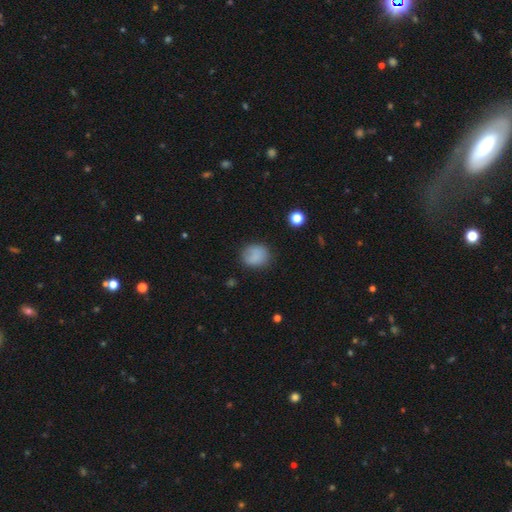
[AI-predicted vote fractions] Smooth or featured? smooth (84%)
How rounded? round (69%)
Merging? none (76%)